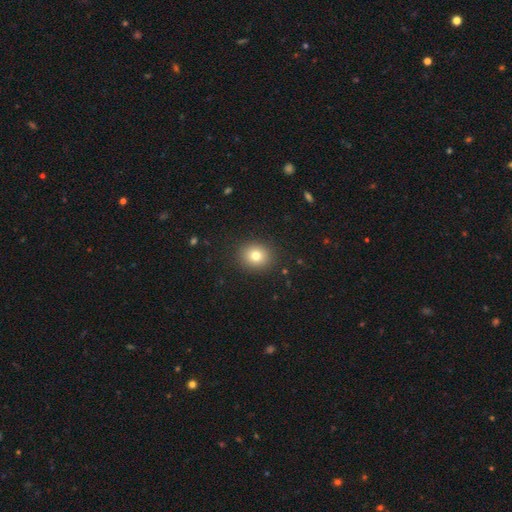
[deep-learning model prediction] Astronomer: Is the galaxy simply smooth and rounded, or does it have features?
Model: smooth — 78%.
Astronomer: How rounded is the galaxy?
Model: round — 76%.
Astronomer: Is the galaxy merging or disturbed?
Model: none — 90%.